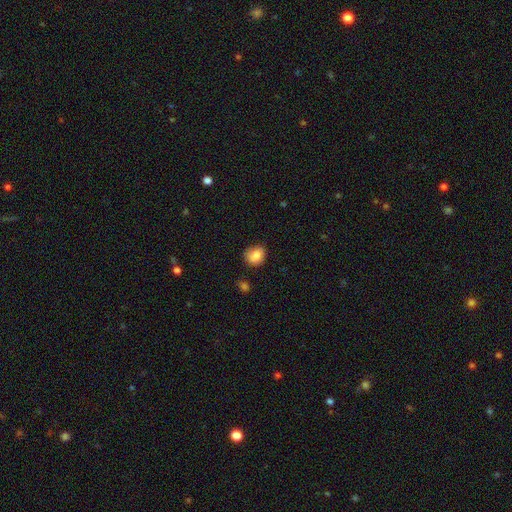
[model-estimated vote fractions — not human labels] Smooth or featured?
  - smooth: 86% *
  - star or artifact: 9%
  - featured or disk: 5%
How rounded?
  - round: 64% *
  - in between: 35%
  - cigar-shaped: 1%
Merging?
  - none: 70% *
  - minor disturbance: 24%
  - major disturbance: 4%
  - merger: 2%